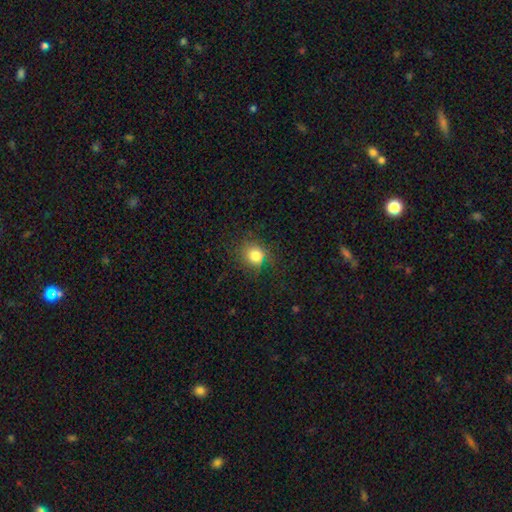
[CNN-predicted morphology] This appears to be a smooth galaxy with no disk features (79%) that is round (83%). Merging: none (77%).